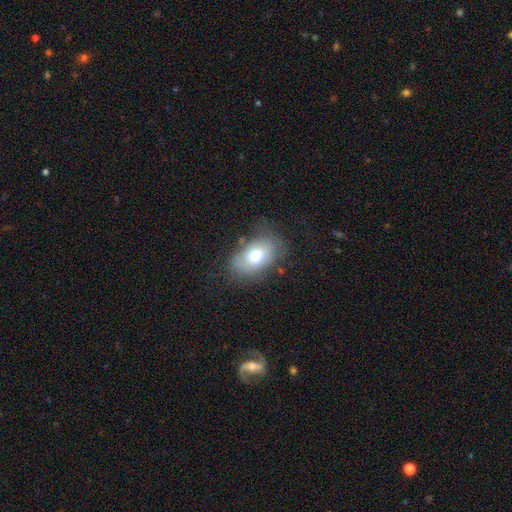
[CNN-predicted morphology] type=smooth (70%); roundness=in between (84%); merging=none (69%).